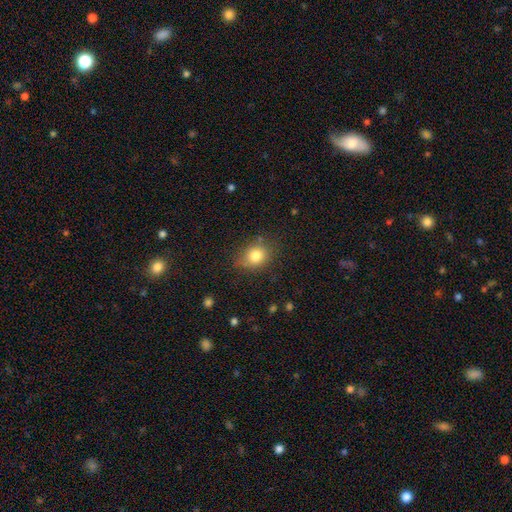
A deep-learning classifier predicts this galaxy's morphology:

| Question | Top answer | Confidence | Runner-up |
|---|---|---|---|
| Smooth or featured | smooth | 81% | star or artifact (11%) |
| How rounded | round | 55% | in between (44%) |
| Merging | none | 75% | minor disturbance (18%) |